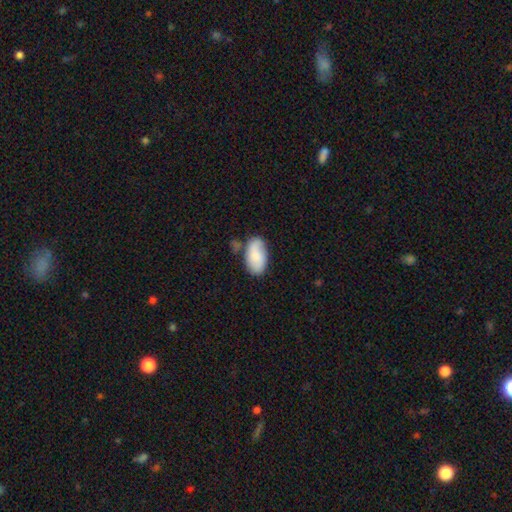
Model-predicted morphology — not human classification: Q: Smooth or featured?
A: smooth (76%); runner-up: featured or disk (18%)
Q: How rounded?
A: in between (95%); runner-up: round (4%)
Q: Merging?
A: none (65%); runner-up: minor disturbance (22%)